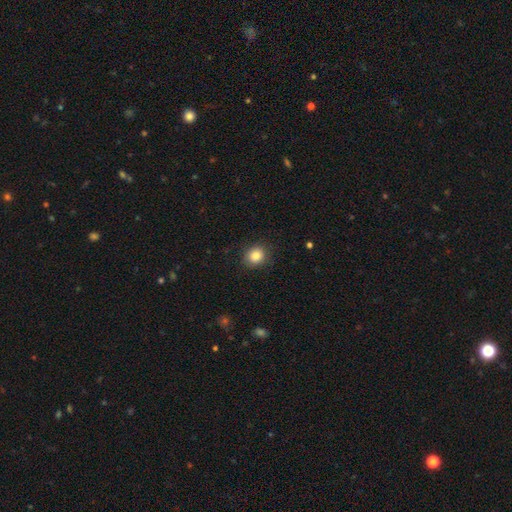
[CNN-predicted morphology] smooth 85%, star or artifact 10%, featured or disk 5%. Down the decision tree: how rounded — round (75%); merging — none (87%).